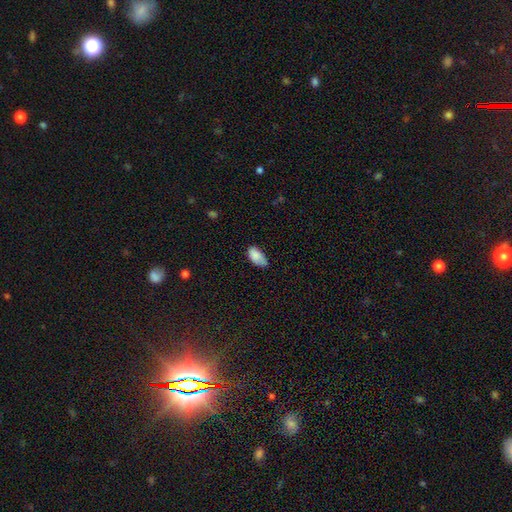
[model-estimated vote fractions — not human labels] smooth 85%, featured or disk 8%, star or artifact 7%. Down the decision tree: how rounded — in between (94%); merging — none (57%).